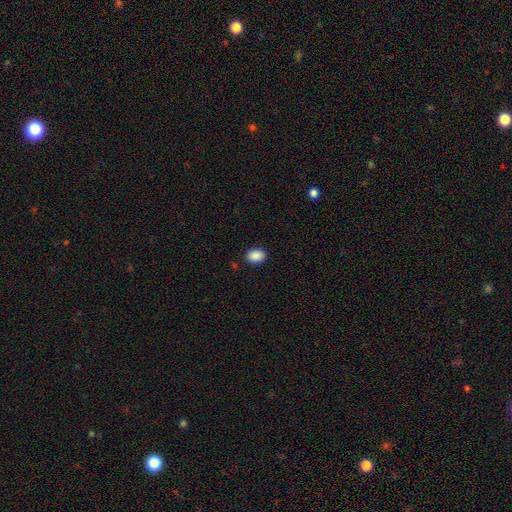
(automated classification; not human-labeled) Smooth or featured? smooth (90%)
How rounded? in between (74%)
Merging? none (89%)